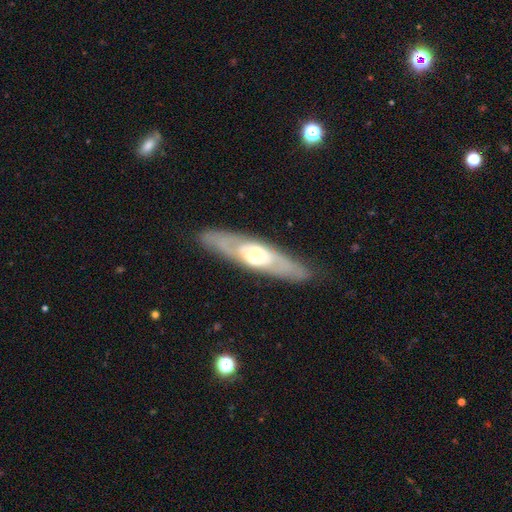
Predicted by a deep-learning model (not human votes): Smooth or featured: featured or disk — 68% (smooth — 27%)
Edge-on disk: no — 59% (yes — 41%)
Merging: none — 85% (minor disturbance — 10%)